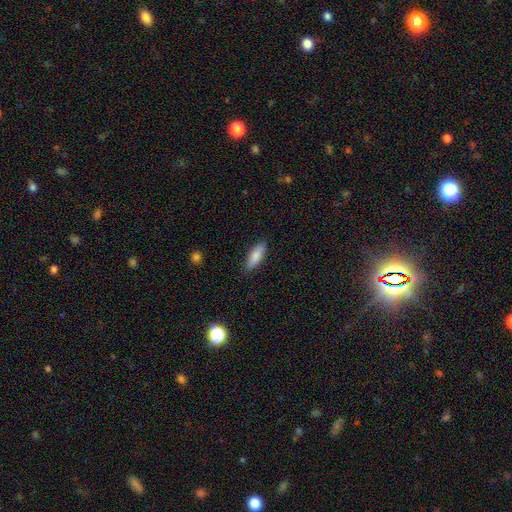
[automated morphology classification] smooth 84%, featured or disk 10%, star or artifact 6%. Down the decision tree: how rounded — in between (58%); merging — none (86%).